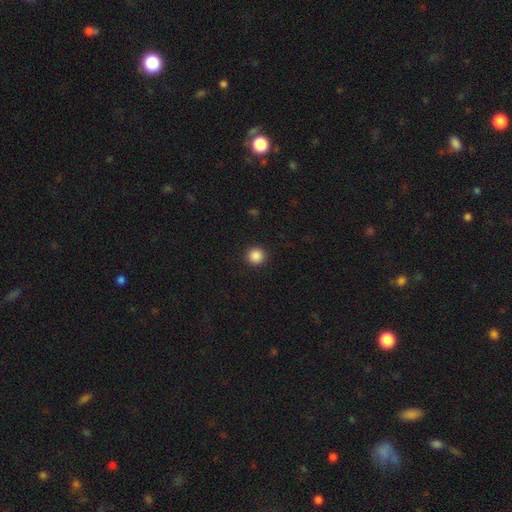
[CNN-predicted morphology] Overall: smooth (88%). How rounded: round (95%). Merging: none (93%).